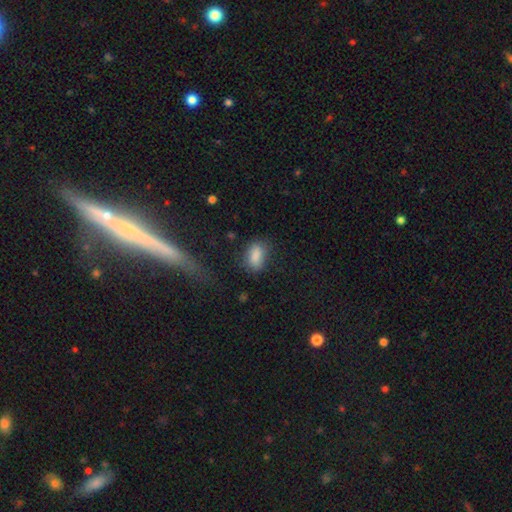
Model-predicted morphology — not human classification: Q: Smooth or featured?
A: smooth (85%); runner-up: star or artifact (9%)
Q: How rounded?
A: in between (86%); runner-up: round (10%)
Q: Merging?
A: none (71%); runner-up: minor disturbance (19%)